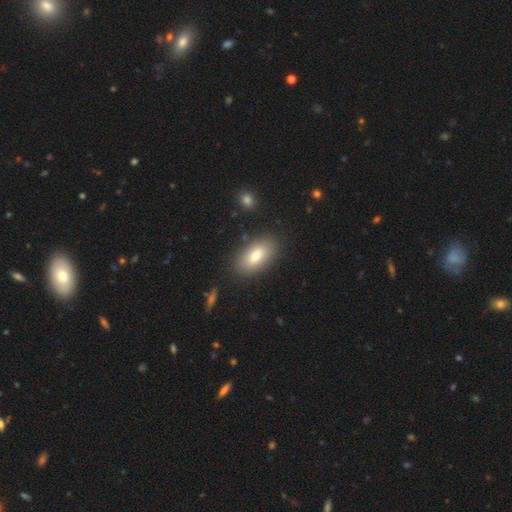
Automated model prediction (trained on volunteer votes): The model was most divided on "smooth or featured": smooth: 77%, featured or disk: 16%, star or artifact: 8%. More confident: how rounded — in between (91%); merging — none (85%).